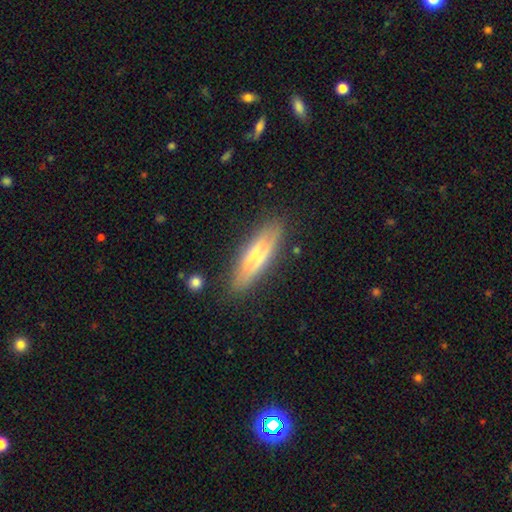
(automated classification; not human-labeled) A featured or disk galaxy (52%) viewed edge-on (87%). Merging: none (84%).